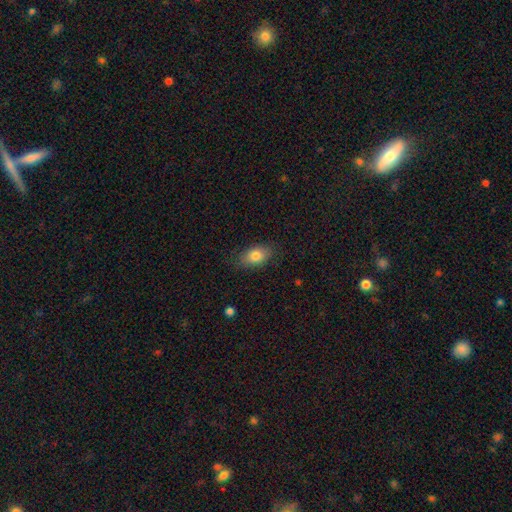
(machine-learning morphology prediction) smooth_or_featured: smooth (p=0.81) [alt: featured or disk p=0.11]
how_rounded: in between (p=0.88) [alt: round p=0.09]
merging: none (p=0.82) [alt: minor disturbance p=0.13]